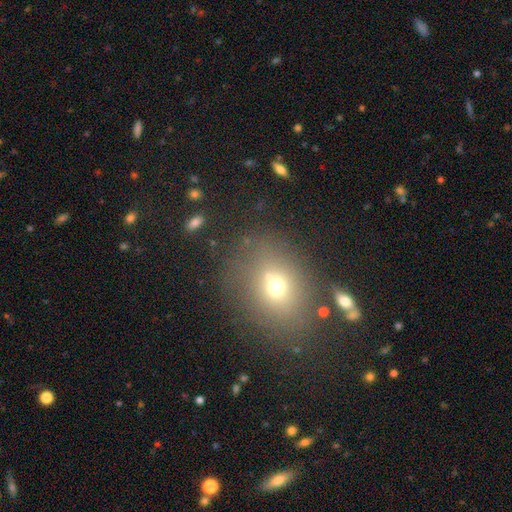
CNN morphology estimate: smooth_or_featured: smooth (p=0.61) [alt: star or artifact p=0.26]
how_rounded: in between (p=0.55) [alt: round p=0.43]
merging: none (p=0.81) [alt: minor disturbance p=0.10]